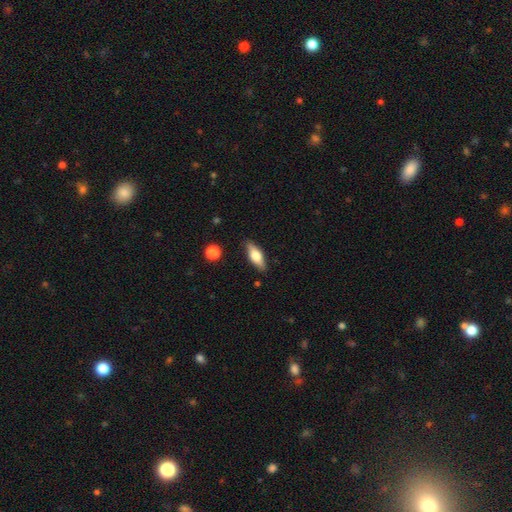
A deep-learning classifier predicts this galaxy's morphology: Smooth or featured: smooth — 58% (featured or disk — 36%)
How rounded: in between — 66% (cigar-shaped — 31%)
Merging: none — 86% (minor disturbance — 10%)